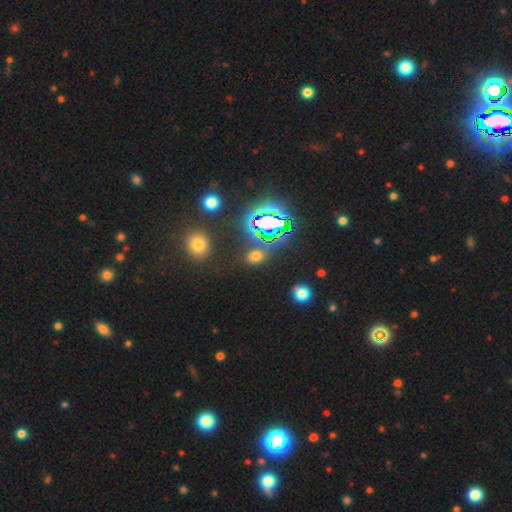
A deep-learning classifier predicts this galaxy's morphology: A smooth galaxy with no disk features (50%) that is in between round and cigar-shaped (57%). Merging: none (77%).